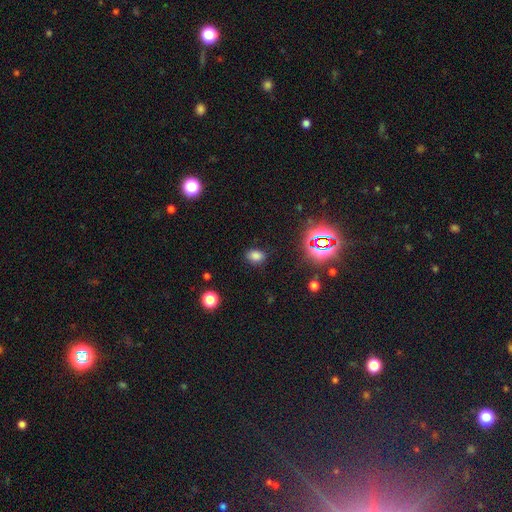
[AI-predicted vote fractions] Smooth or featured? Predicted: smooth (p=0.74). How rounded? Predicted: in between (p=0.72). Merging? Predicted: none (p=0.84).